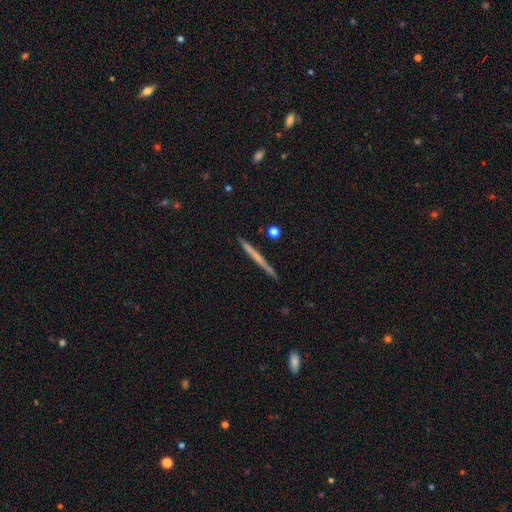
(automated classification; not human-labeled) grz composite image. It shows a featured or disk galaxy (47%, tied with smooth). Merging: none (91%).